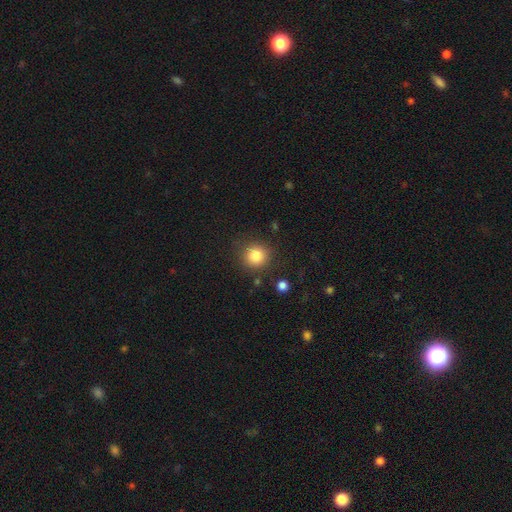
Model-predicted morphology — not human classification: Smooth or featured?
  - smooth: 83% *
  - star or artifact: 11%
  - featured or disk: 6%
How rounded?
  - round: 91% *
  - in between: 8%
  - cigar-shaped: 1%
Merging?
  - none: 86% *
  - minor disturbance: 9%
  - major disturbance: 3%
  - merger: 2%